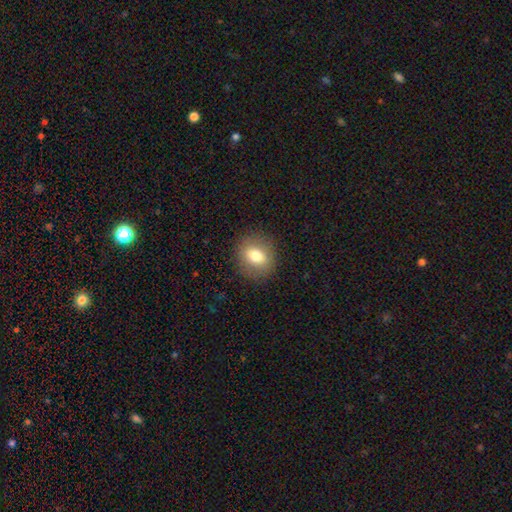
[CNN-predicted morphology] This appears to be a smooth galaxy with no disk features (74%) that is round (63%). Merging: none (88%).